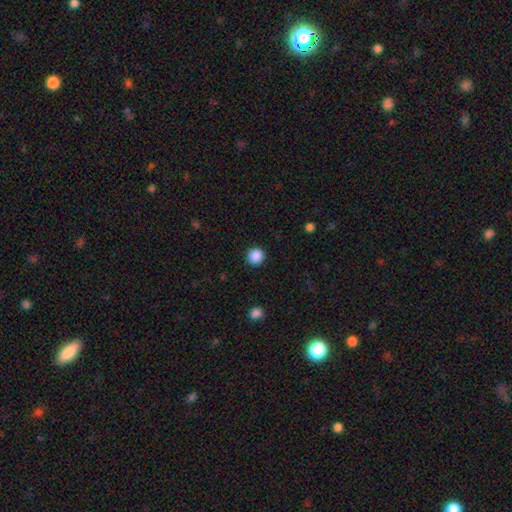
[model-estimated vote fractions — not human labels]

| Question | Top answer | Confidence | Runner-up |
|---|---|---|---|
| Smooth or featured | smooth | 88% | star or artifact (10%) |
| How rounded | round | 94% | in between (5%) |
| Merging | none | 91% | minor disturbance (6%) |